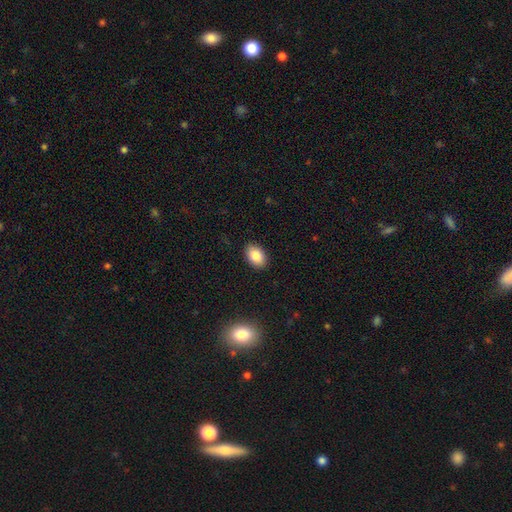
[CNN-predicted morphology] This is clearly a smooth galaxy (86%). How rounded: clearly in between (86%). Merging: clearly none (89%).